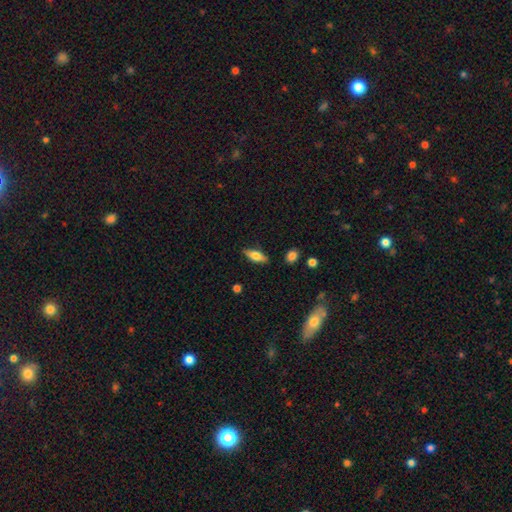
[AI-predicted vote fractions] A smooth galaxy with no disk features (56%) that is in between round and cigar-shaped (64%). Merging: none (85%).